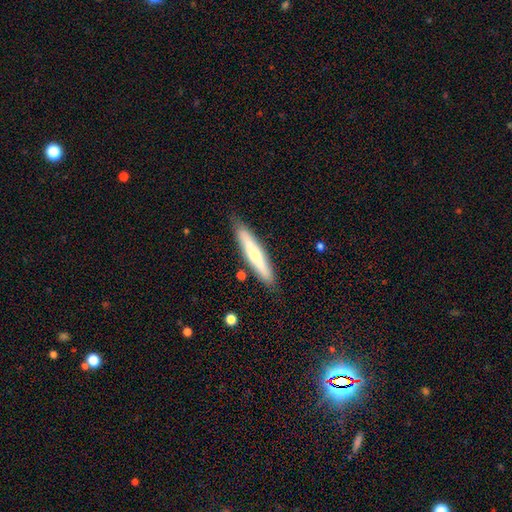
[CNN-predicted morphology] Smooth or featured? smooth (52%)
How rounded? cigar-shaped (89%)
Merging? none (83%)